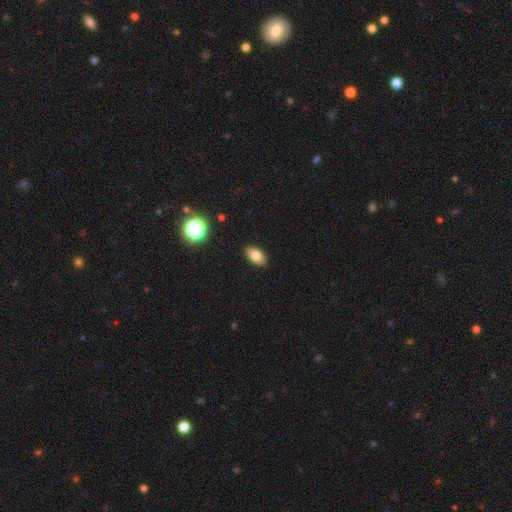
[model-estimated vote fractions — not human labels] The model was most divided on "smooth or featured": smooth: 79%, featured or disk: 11%, star or artifact: 10%. More confident: how rounded — in between (92%); merging — none (89%).